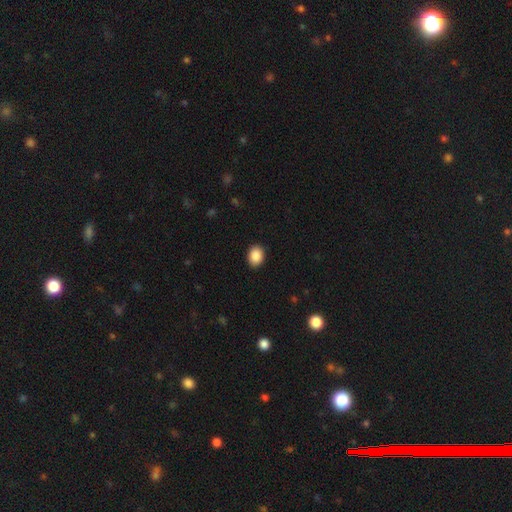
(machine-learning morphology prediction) A smooth galaxy with no disk features (88%) that is in between round and cigar-shaped (64%). Merging: none (90%).